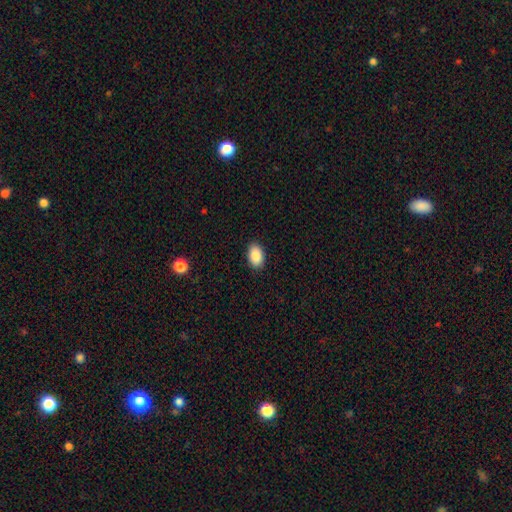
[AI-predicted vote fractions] This is clearly a smooth galaxy (89%). How rounded: clearly in between (90%). Merging: clearly none (89%).